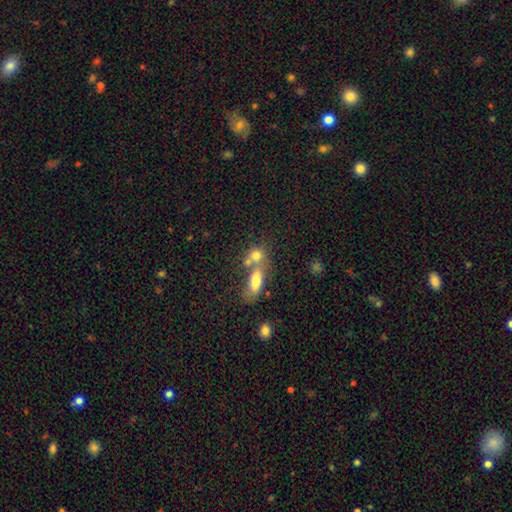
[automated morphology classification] Q: Smooth or featured?
A: smooth (75%); runner-up: featured or disk (14%)
Q: How rounded?
A: round (52%); runner-up: in between (42%)
Q: Merging?
A: merger (52%); runner-up: none (34%)